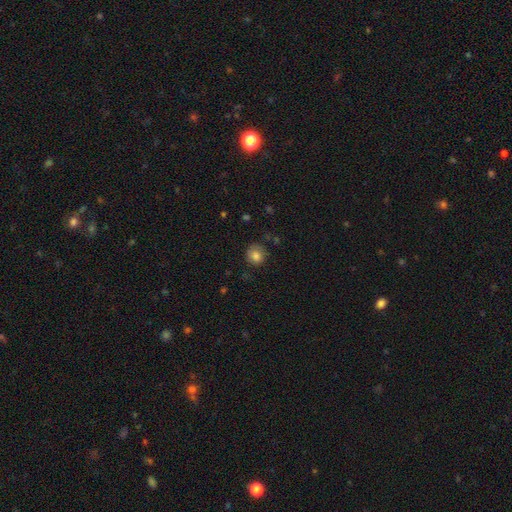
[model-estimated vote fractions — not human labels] Morphology: type=smooth (83%); roundness=round (84%); merging=none (74%).